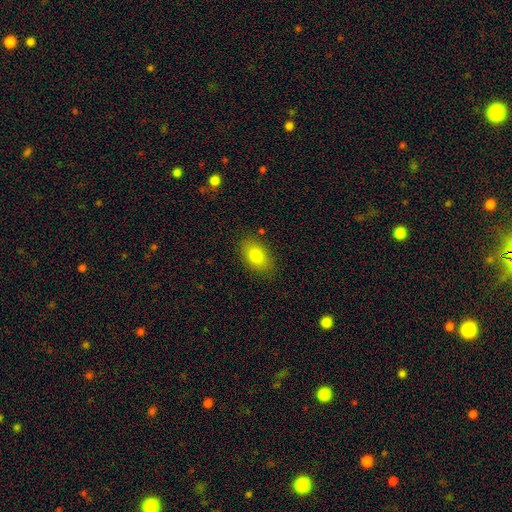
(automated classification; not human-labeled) Overall: smooth (82%). How rounded: in between (89%). Merging: none (83%).